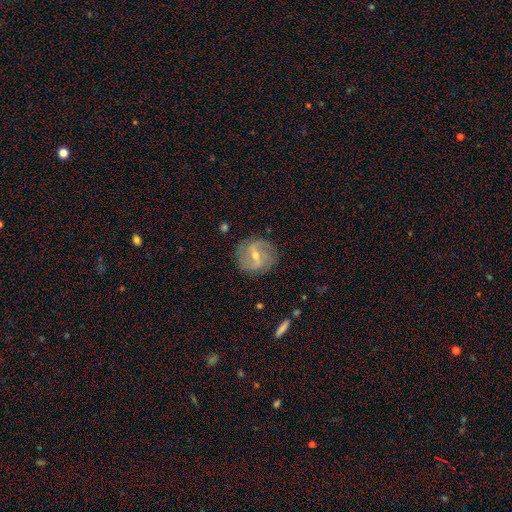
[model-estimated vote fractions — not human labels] This is clearly a featured or disk galaxy (81%). It is clearly not viewed edge-on (96%). Bar: possibly weak (48%). Spiral arm pattern: clearly yes (92%). Spiral arm count: likely 2 (72%). Spiral winding: marginally medium (42%). Central bulge: possibly small (50%). Merging: clearly none (83%).